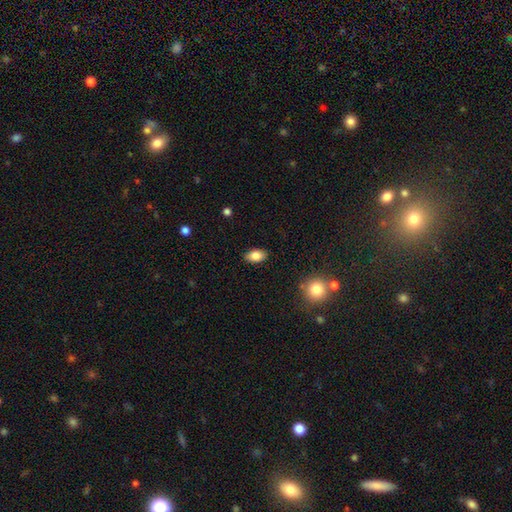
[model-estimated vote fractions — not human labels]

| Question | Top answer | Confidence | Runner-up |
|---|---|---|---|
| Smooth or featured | smooth | 83% | featured or disk (9%) |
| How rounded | in between | 89% | round (9%) |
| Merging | none | 86% | minor disturbance (10%) |